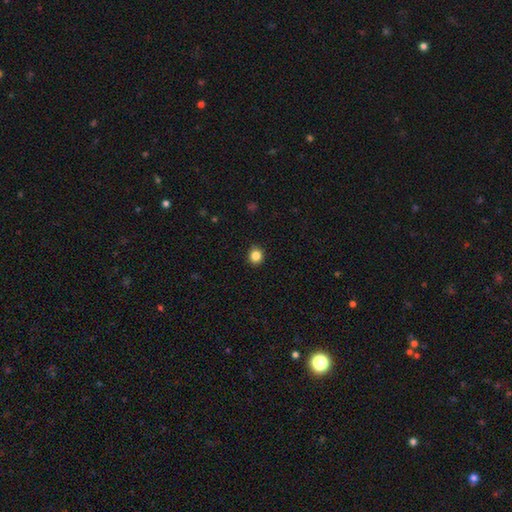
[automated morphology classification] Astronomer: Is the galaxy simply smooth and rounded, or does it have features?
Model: smooth — 85%.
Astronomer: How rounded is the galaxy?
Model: round — 88%.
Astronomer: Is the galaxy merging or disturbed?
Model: none — 92%.